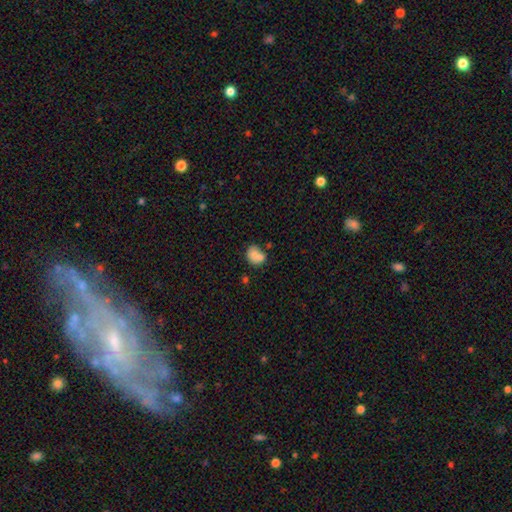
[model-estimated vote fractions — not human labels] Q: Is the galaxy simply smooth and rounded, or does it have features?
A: smooth — 76%.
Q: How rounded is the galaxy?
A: round — 53%.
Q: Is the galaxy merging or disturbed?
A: merger — 42%.